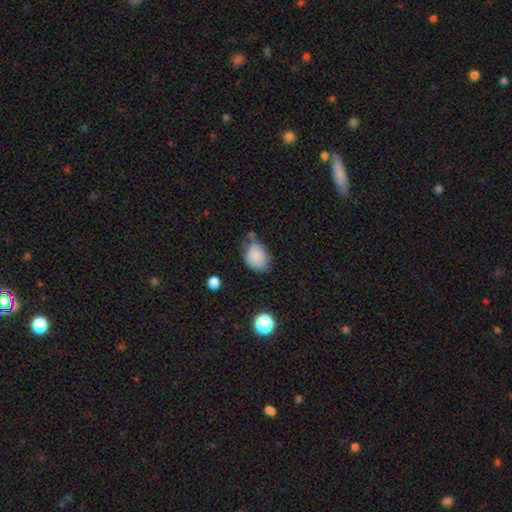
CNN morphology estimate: A smooth galaxy with no disk features (84%) that is in between round and cigar-shaped (65%).

Vote fractions:
- Smooth or featured? smooth: 84% / star or artifact: 9% / featured or disk: 7%
- How rounded? in between: 65% / round: 34% / cigar-shaped: 1%
- Merging? none: 50% / minor disturbance: 33% / major disturbance: 10% / merger: 7%